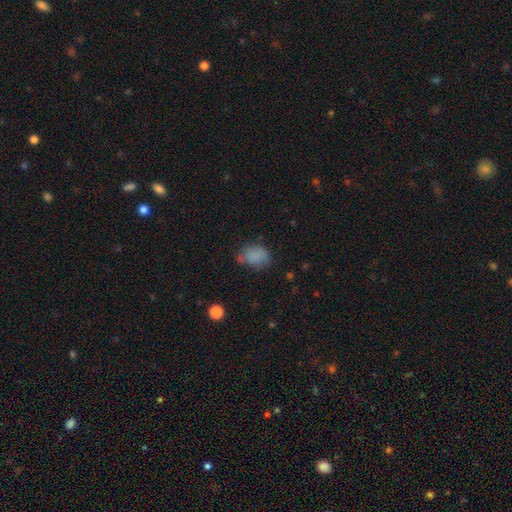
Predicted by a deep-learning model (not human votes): This is likely a smooth galaxy (79%). How rounded: possibly in between (60%). Merging: possibly none (54%).